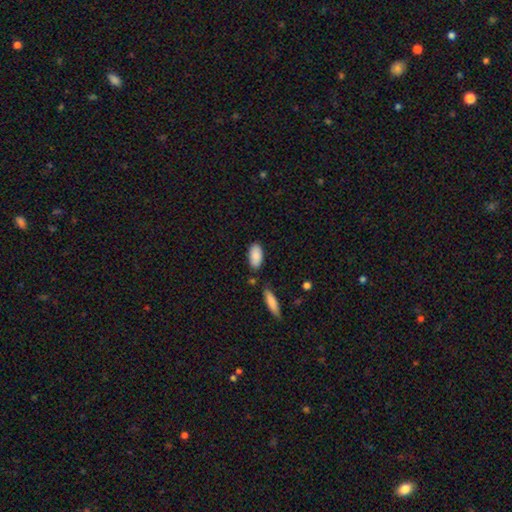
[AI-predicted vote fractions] Smooth or featured? Predicted: smooth (p=0.88). How rounded? Predicted: in between (p=0.90). Merging? Predicted: none (p=0.75).